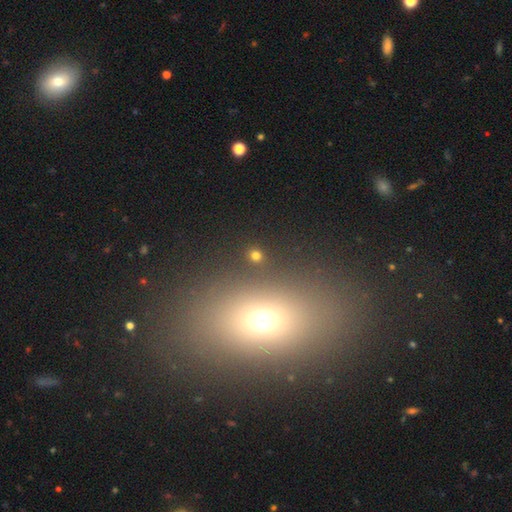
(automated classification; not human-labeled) Smooth or featured? Predicted: smooth (p=0.70). How rounded? Predicted: round (p=0.78). Merging? Predicted: none (p=0.87).